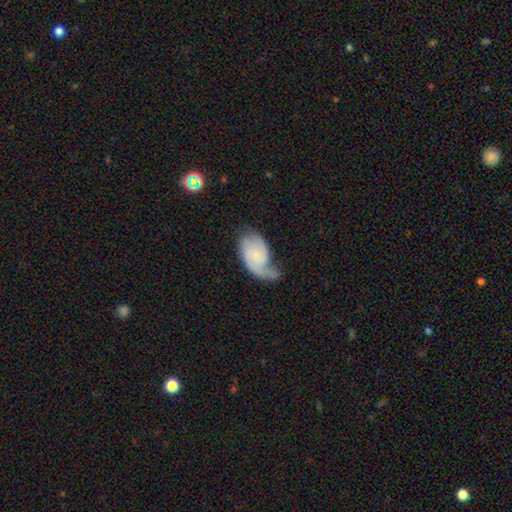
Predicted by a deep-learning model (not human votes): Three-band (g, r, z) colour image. It shows a featured or disk galaxy (64%) with no bar (74%), 1 (45%) medium (37%) spiral arms (89%) and a small central bulge (69%). Merging: none (33%).